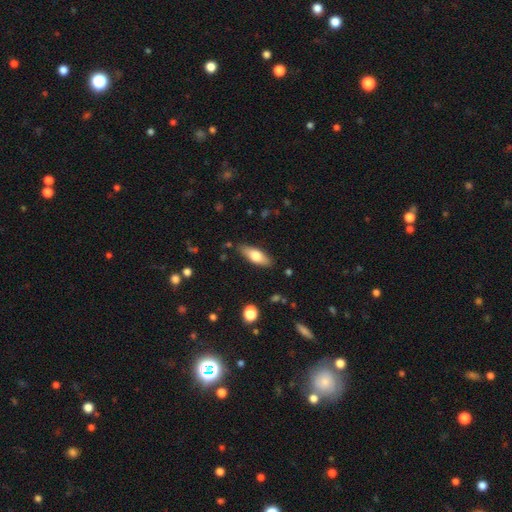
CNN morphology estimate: smooth 68%, featured or disk 26%, star or artifact 6%. Down the decision tree: how rounded — in between (66%); merging — none (83%).